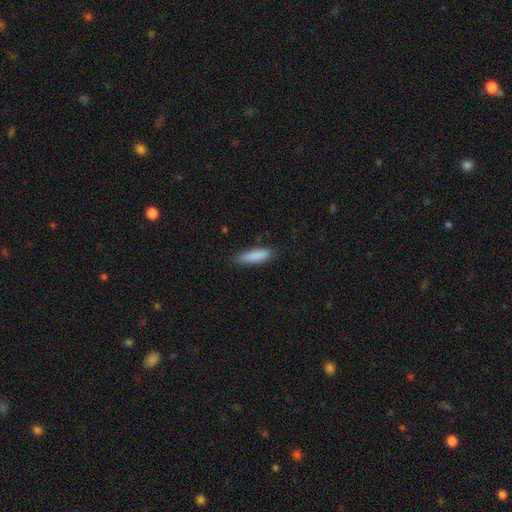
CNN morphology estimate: smooth 87%, featured or disk 7%, star or artifact 6%. Down the decision tree: how rounded — cigar-shaped (62%); merging — none (80%).